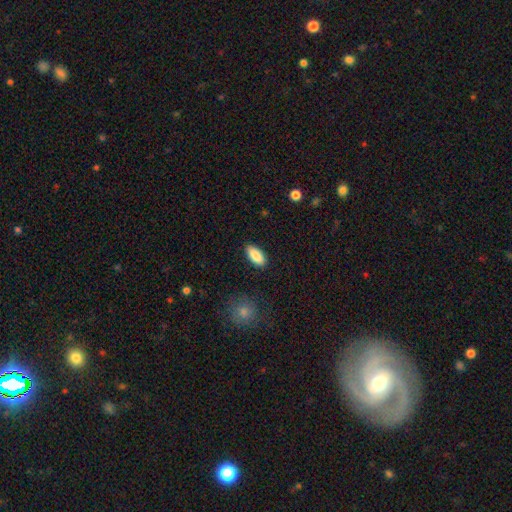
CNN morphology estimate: This appears to be a smooth galaxy with no disk features (88%) that is in between round and cigar-shaped (85%). Merging: none (88%).